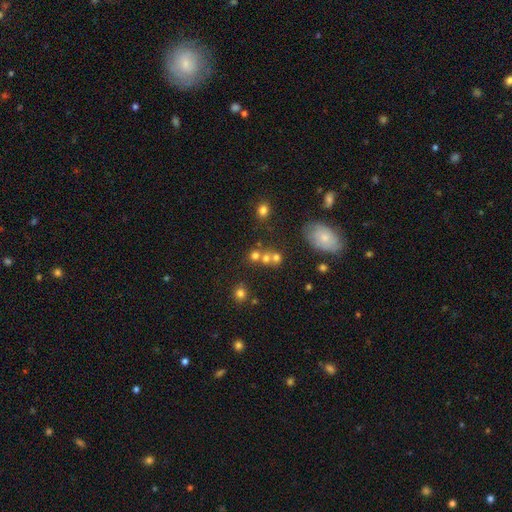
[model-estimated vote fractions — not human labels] Smooth or featured? smooth (66%)
How rounded? round (82%)
Merging? none (45%)